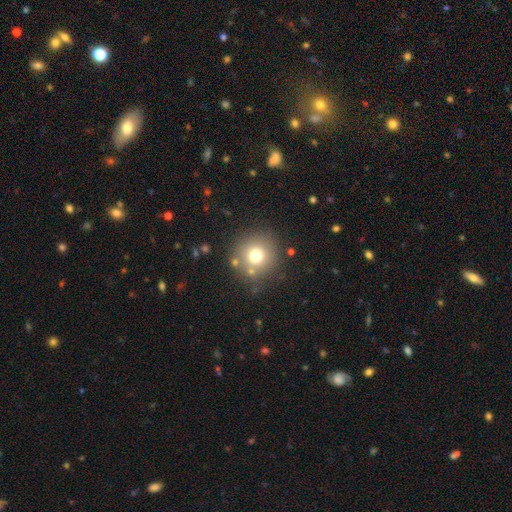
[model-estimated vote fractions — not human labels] This appears to be a smooth galaxy with no disk features (72%) that is round (94%). Merging: none (81%).